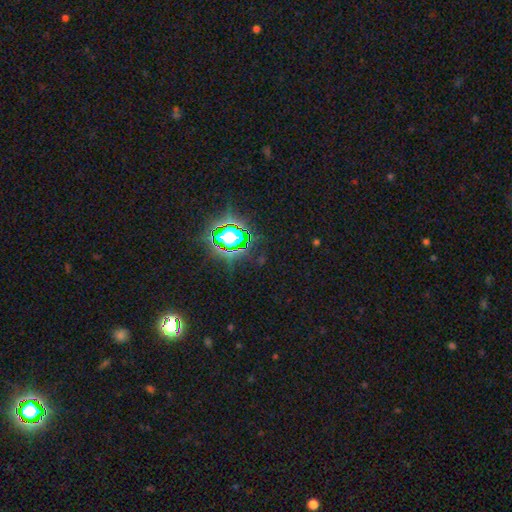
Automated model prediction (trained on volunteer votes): Smooth or featured: star or artifact — 80% (smooth — 13%)